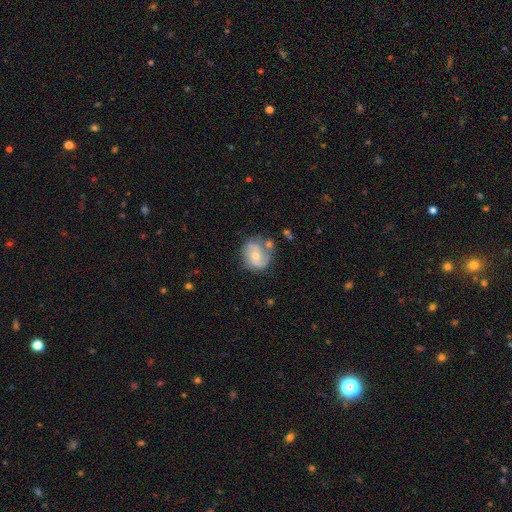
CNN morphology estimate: Smooth or featured?
  - featured or disk: 70% *
  - smooth: 24%
  - star or artifact: 6%
Edge-on disk?
  - no: 98% *
  - yes: 2%
Bar?
  - no: 61% *
  - weak: 33%
  - strong: 6%
Spiral arms?
  - yes: 88% *
  - no: 12%
Spiral winding?
  - medium: 47% *
  - tight: 27%
  - loose: 27%
Spiral arm count?
  - 2: 76% *
  - can't tell: 10%
  - 1: 8%
  - 3: 3%
  - 4: 1%
  - more than 4: 1%
Bulge size?
  - moderate: 55% *
  - small: 39%
  - large: 3%
  - none: 2%
  - dominant: 1%
Merging?
  - none: 58% *
  - minor disturbance: 22%
  - merger: 10%
  - major disturbance: 9%